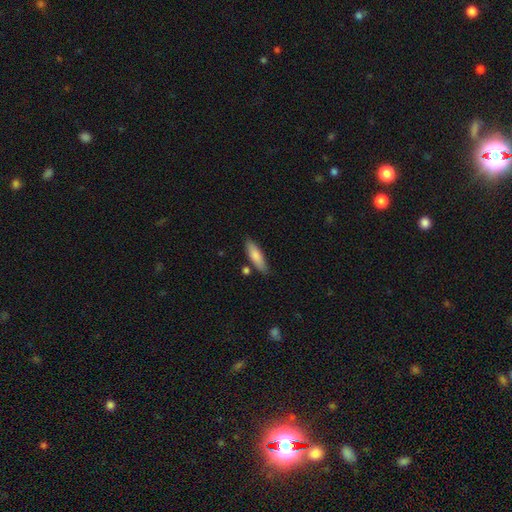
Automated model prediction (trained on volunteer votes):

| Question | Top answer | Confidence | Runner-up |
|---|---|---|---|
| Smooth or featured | smooth | 81% | featured or disk (14%) |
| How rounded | cigar-shaped | 55% | in between (43%) |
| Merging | none | 80% | minor disturbance (12%) |